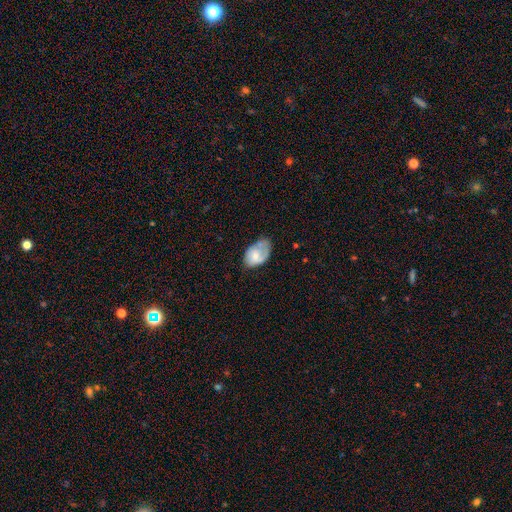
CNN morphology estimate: This is possibly a smooth galaxy (59%). How rounded: clearly in between (88%). Merging: marginally minor disturbance (39%).